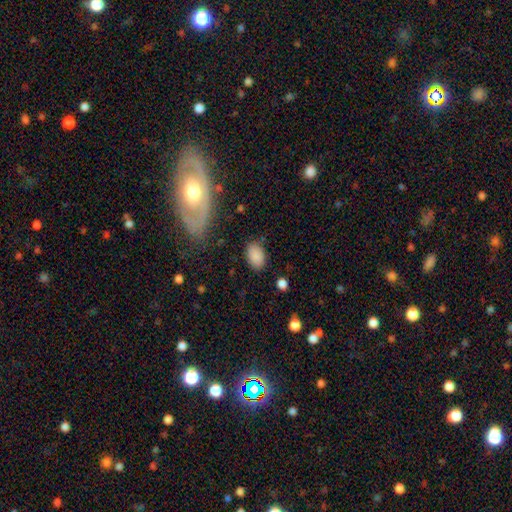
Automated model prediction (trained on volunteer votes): Smooth or featured?
  - smooth: 87% *
  - star or artifact: 8%
  - featured or disk: 5%
How rounded?
  - in between: 88% *
  - round: 10%
  - cigar-shaped: 1%
Merging?
  - none: 82% *
  - minor disturbance: 12%
  - major disturbance: 3%
  - merger: 2%